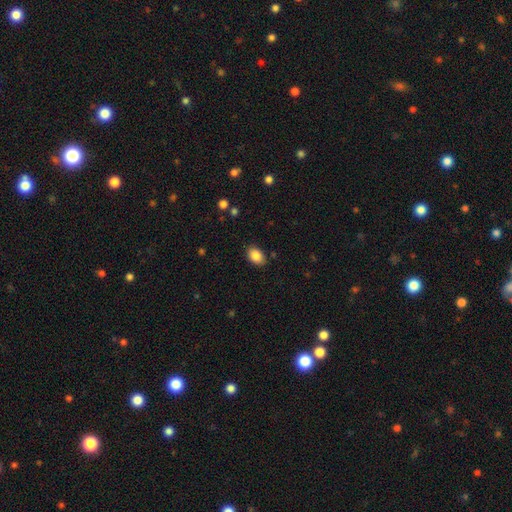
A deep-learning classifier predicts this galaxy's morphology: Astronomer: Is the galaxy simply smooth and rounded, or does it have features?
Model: smooth — 87%.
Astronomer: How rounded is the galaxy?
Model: in between — 79%.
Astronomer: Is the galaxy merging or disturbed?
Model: none — 86%.